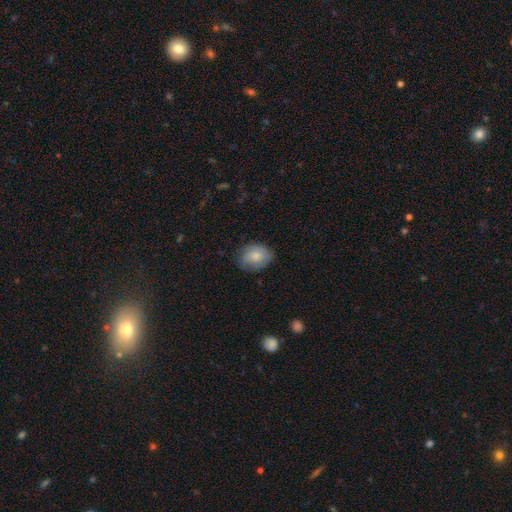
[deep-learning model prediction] Morphology: type=smooth (76%); roundness=in between (55%); merging=none (75%).